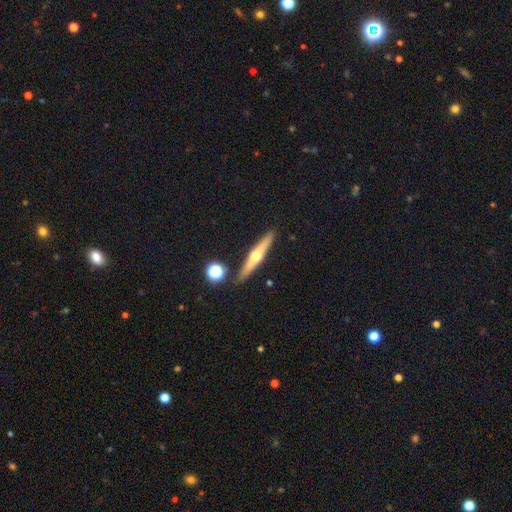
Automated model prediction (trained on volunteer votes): Q: Smooth or featured?
A: featured or disk (66%); runner-up: smooth (28%)
Q: Edge-on disk?
A: yes (96%); runner-up: no (4%)
Q: Edge-on bulge?
A: rounded (93%); runner-up: none (5%)
Q: Merging?
A: none (88%); runner-up: minor disturbance (7%)